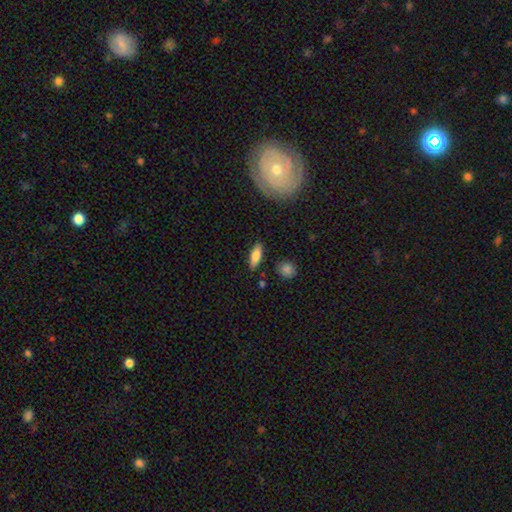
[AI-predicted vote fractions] smooth-or-featured: smooth: 76% | featured or disk: 17% | star or artifact: 7%
  how-rounded: in between: 65% | cigar-shaped: 32% | round: 3%
  merging: none: 85% | minor disturbance: 10% | major disturbance: 3% | merger: 2%